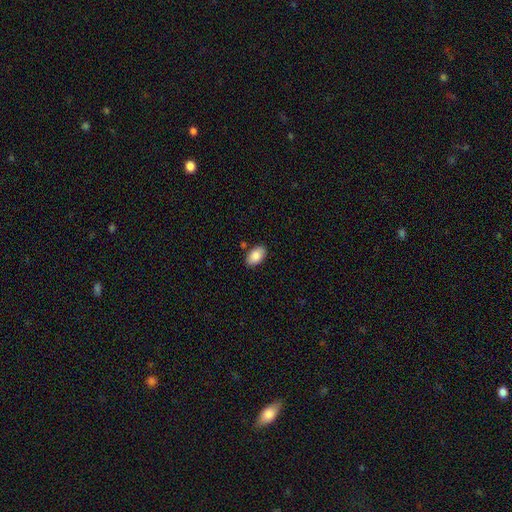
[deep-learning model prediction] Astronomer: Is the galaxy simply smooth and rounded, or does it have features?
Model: smooth — 87%.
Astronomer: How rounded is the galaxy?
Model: in between — 93%.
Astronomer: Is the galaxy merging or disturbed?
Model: none — 84%.